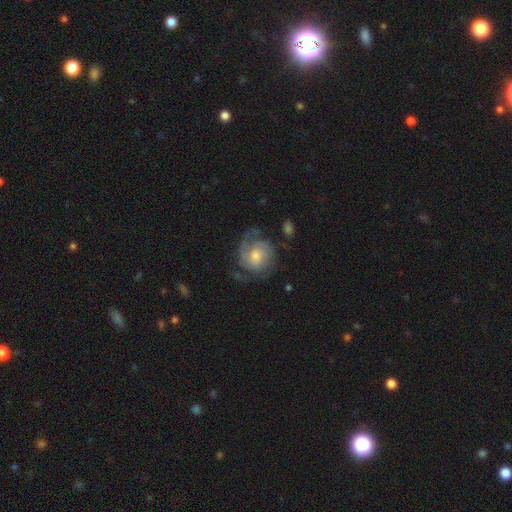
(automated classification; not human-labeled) featured or disk 77%, smooth 17%, star or artifact 7%. Down the decision tree: edge-on disk — no (98%); bar — no (68%); spiral arms — yes (93%); spiral arm count — 2 (47%); spiral winding — tight (52%); bulge size — moderate (53%); merging — none (63%).